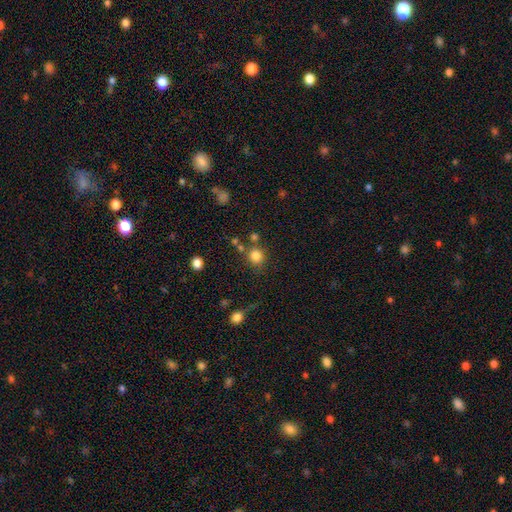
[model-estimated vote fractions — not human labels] Smooth or featured?
  - smooth: 82% *
  - star or artifact: 12%
  - featured or disk: 6%
How rounded?
  - round: 89% *
  - in between: 10%
  - cigar-shaped: 1%
Merging?
  - none: 74% *
  - merger: 12%
  - minor disturbance: 10%
  - major disturbance: 4%